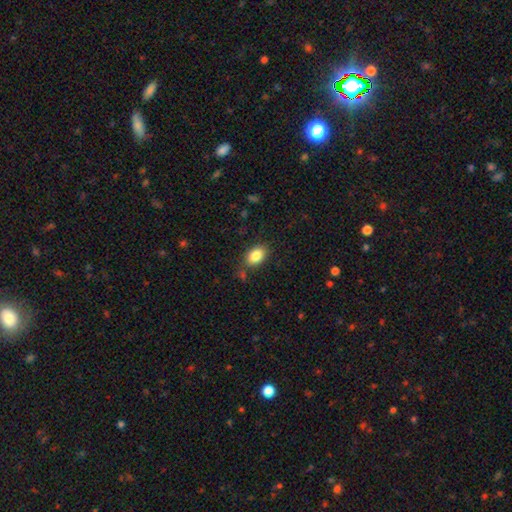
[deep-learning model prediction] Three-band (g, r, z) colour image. It shows a smooth galaxy with no disk features (85%) that is in between round and cigar-shaped (84%). Merging: none (79%).